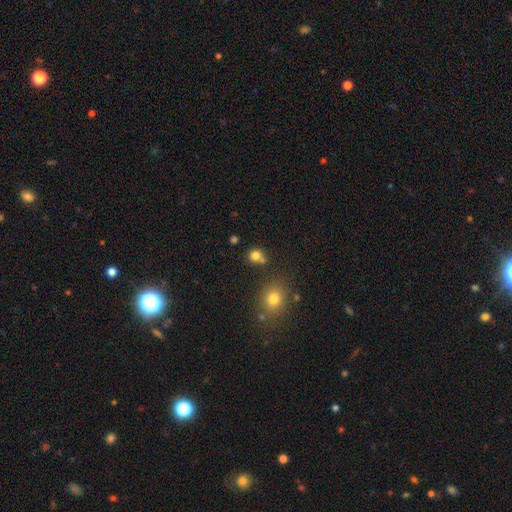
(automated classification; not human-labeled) Smooth or featured: smooth — 79% (star or artifact — 14%)
How rounded: round — 80% (in between — 19%)
Merging: none — 61% (merger — 24%)